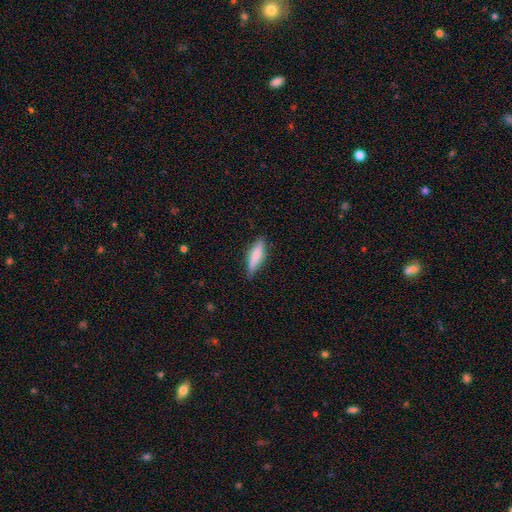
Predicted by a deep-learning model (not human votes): smooth 72%, featured or disk 22%, star or artifact 6%. Down the decision tree: how rounded — cigar-shaped (69%); merging — none (80%).